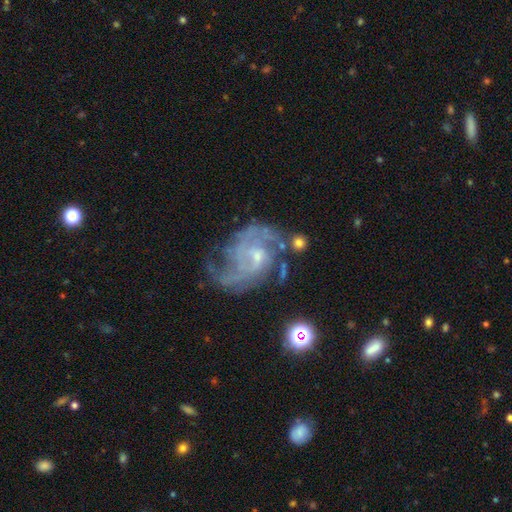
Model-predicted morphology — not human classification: Overall: featured or disk (87%). Edge-on disk: no (98%). Bar: no (54%; weak 40%). Spiral arms: yes (95%). Spiral arm count: 2 (45%; can't tell 22%). Spiral winding: medium (48%; tight 35%). Bulge size: small (68%). Merging: none (53%; minor disturbance 23%).